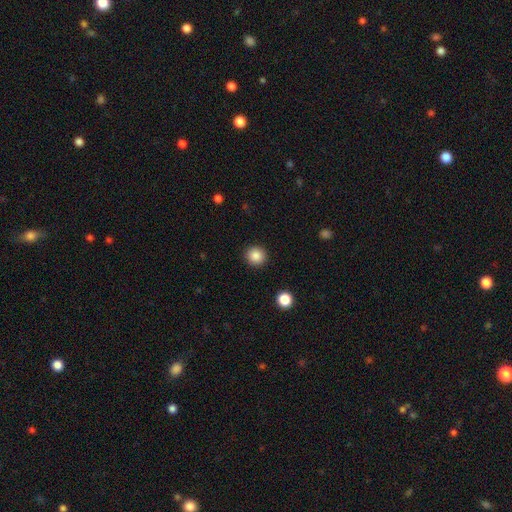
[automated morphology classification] A smooth galaxy with no disk features (87%) that is round (93%).

Vote fractions:
- Smooth or featured? smooth: 87% / star or artifact: 10% / featured or disk: 3%
- How rounded? round: 93% / in between: 6% / cigar-shaped: 1%
- Merging? none: 92% / minor disturbance: 5% / major disturbance: 2% / merger: 1%